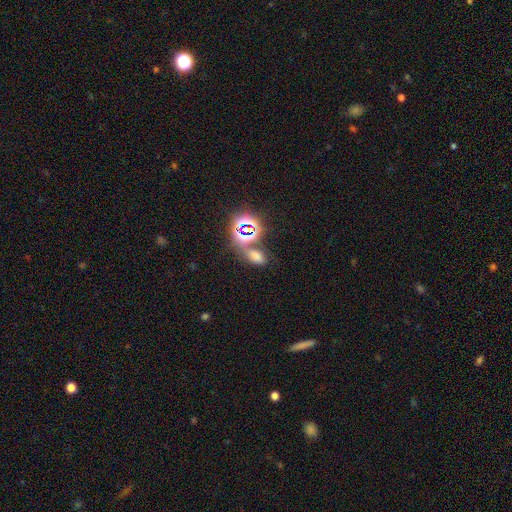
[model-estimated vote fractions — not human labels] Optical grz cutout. It shows a smooth galaxy with no disk features (53%) that is in between round and cigar-shaped (83%). Merging: none (52%).